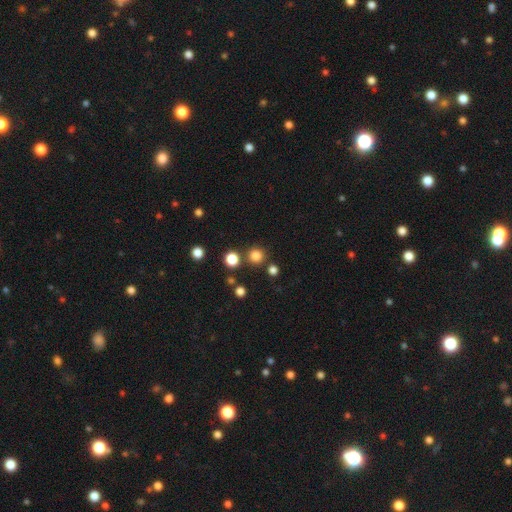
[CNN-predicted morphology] A smooth galaxy with no disk features (80%) that is round (95%).

Vote fractions:
- Smooth or featured? smooth: 80% / star or artifact: 15% / featured or disk: 4%
- How rounded? round: 95% / in between: 5% / cigar-shaped: 1%
- Merging? none: 84% / merger: 7% / minor disturbance: 6% / major disturbance: 3%